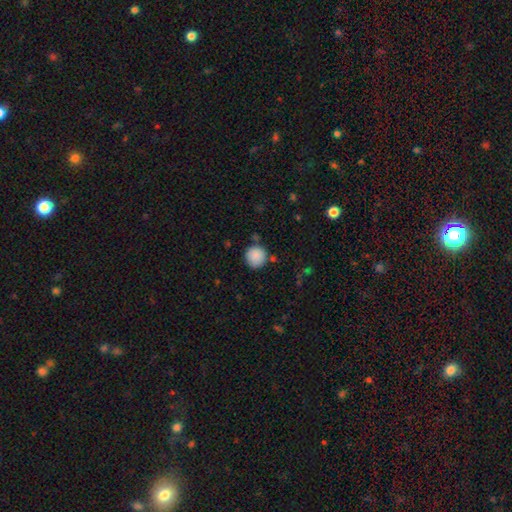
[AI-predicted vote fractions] This is clearly a smooth galaxy (88%). How rounded: clearly round (93%). Merging: likely none (80%).